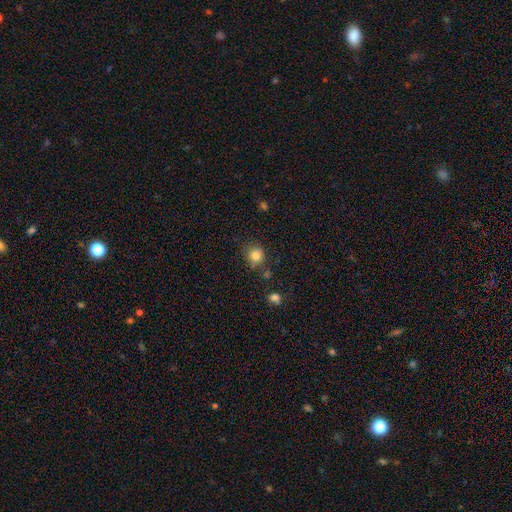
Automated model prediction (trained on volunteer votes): Smooth or featured? smooth (82%)
How rounded? round (83%)
Merging? none (71%)